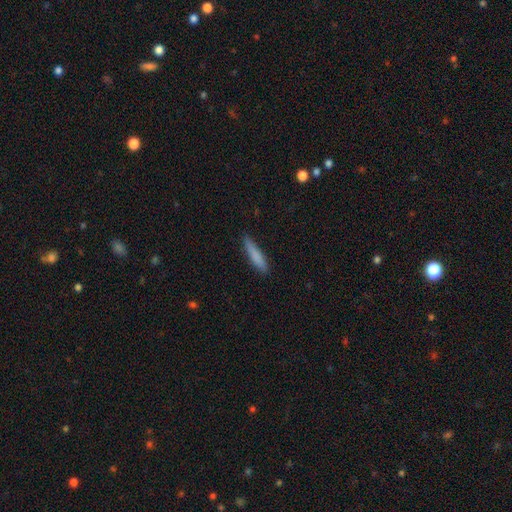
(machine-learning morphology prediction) A smooth galaxy with no disk features (82%) that is cigar-shaped (87%). Merging: none (83%).